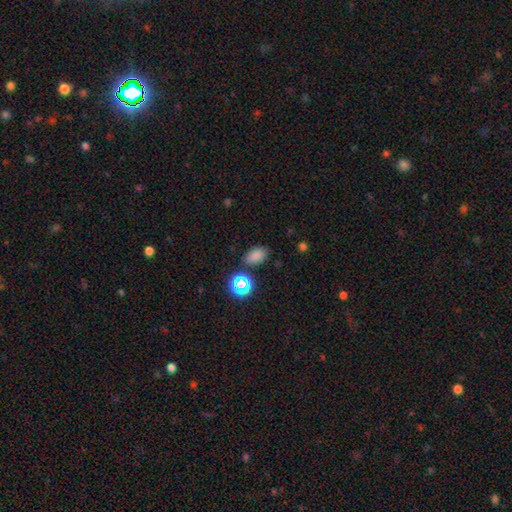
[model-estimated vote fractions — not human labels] smooth 77%, star or artifact 18%, featured or disk 5%. Down the decision tree: how rounded — in between (86%); merging — none (77%).